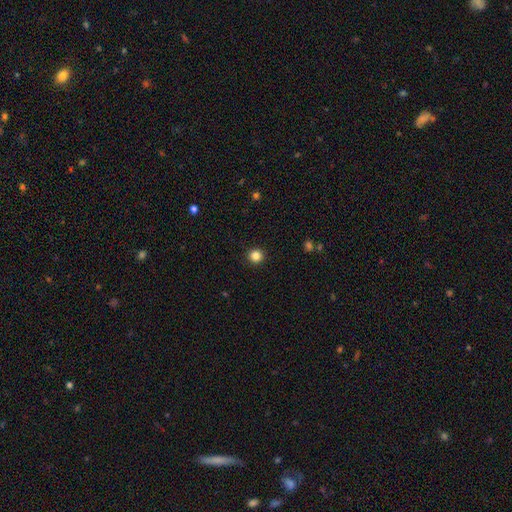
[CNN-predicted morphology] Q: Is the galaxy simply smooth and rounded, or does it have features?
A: smooth — 84%.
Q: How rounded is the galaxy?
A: round — 94%.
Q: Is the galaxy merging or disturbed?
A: none — 93%.